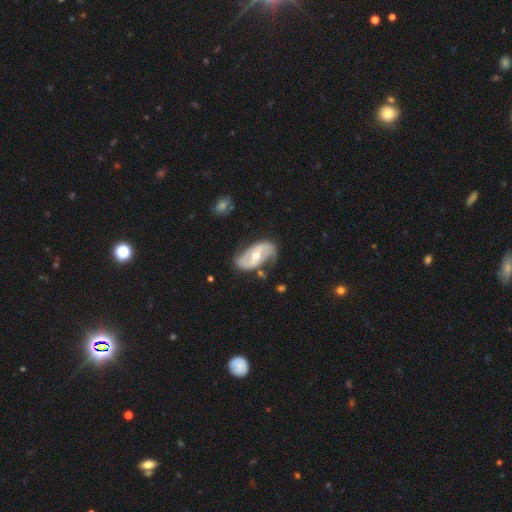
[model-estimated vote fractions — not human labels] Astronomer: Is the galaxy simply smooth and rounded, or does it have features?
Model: featured or disk — 80%.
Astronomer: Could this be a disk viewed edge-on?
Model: no — 95%.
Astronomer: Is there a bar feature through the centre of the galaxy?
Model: weak — 41% (runner-up: no, 32%).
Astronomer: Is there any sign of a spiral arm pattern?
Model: yes — 89%.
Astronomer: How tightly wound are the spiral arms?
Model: loose — 43% (runner-up: medium, 38%).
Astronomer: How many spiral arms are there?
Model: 2 — 88%.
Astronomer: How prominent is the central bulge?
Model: moderate — 65%.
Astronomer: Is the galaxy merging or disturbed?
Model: none — 66%.